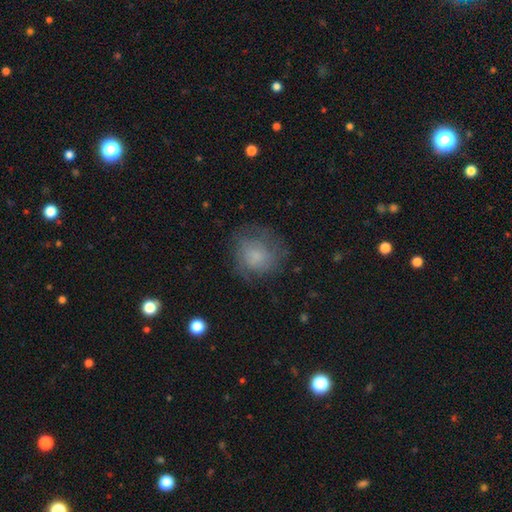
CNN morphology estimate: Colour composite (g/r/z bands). It shows a smooth galaxy with no disk features (60%) that is round (80%). Merging: none (63%).